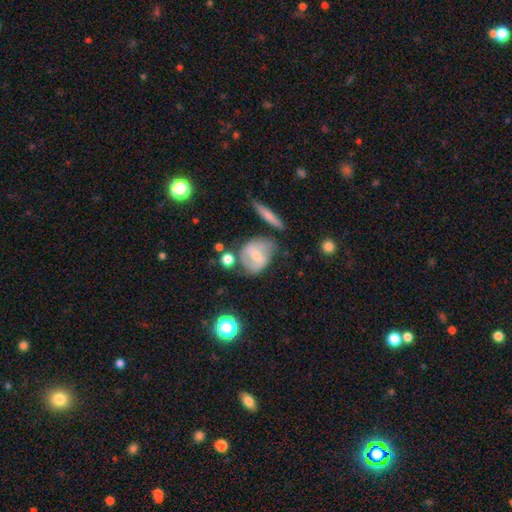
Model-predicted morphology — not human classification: Q: Smooth or featured?
A: featured or disk (54%); runner-up: smooth (39%)
Q: Edge-on disk?
A: no (93%); runner-up: yes (7%)
Q: Merging?
A: none (57%); runner-up: minor disturbance (22%)